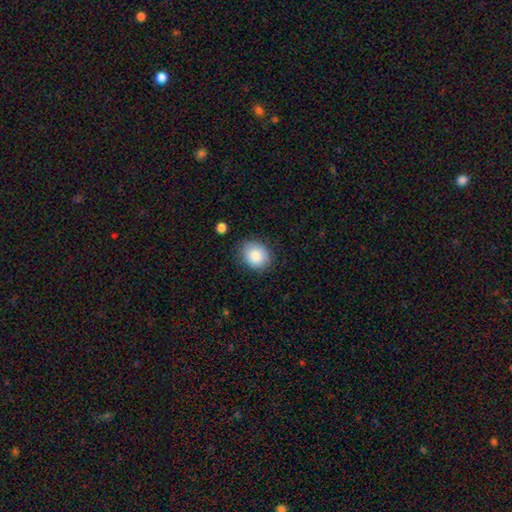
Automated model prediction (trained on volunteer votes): This appears to be a smooth galaxy with no disk features (86%) that is round (63%). Merging: none (81%).